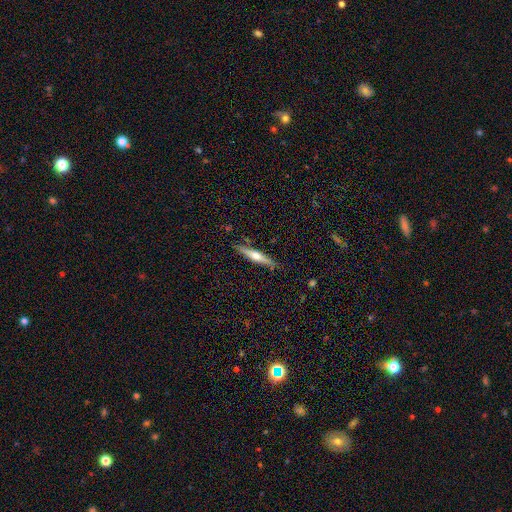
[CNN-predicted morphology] This appears to be a featured or disk galaxy (59%) viewed edge-on (96%) with a rounded central bulge (89%). Merging: none (87%).